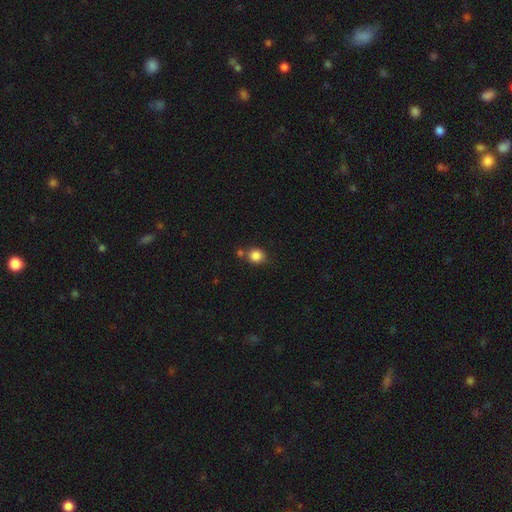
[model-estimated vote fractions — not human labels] Morphology: type=smooth (85%); roundness=round (81%); merging=none (70%).